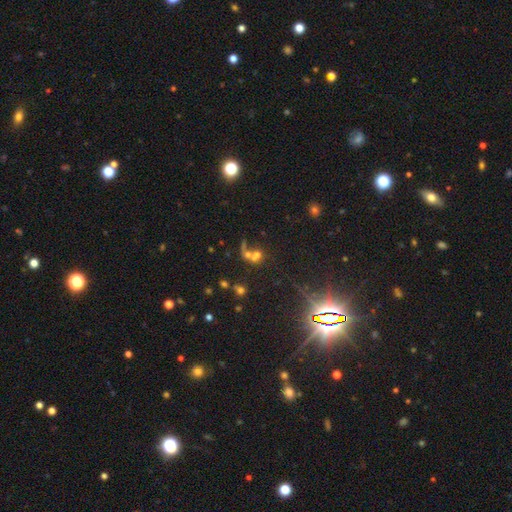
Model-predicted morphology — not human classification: Smooth or featured: smooth — 49% (star or artifact — 27%)
Merging: merger — 59% (none — 24%)